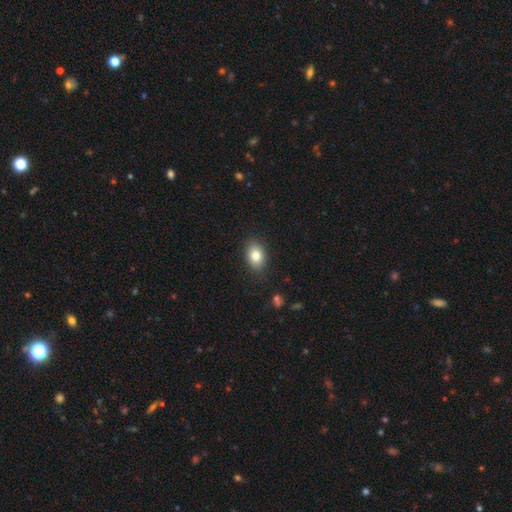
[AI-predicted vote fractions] Smooth or featured? Predicted: smooth (p=0.81). How rounded? Predicted: in between (p=0.81). Merging? Predicted: none (p=0.86).